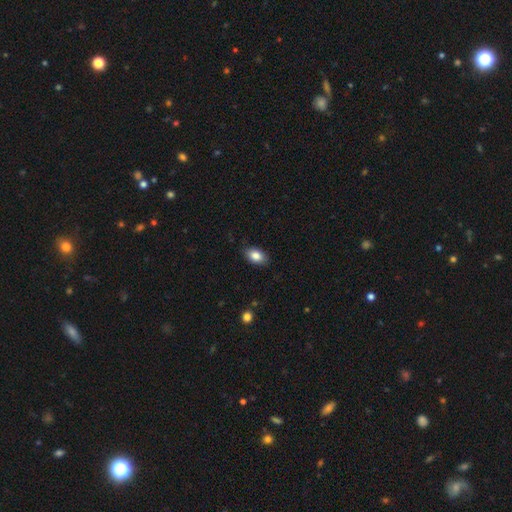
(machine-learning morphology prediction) smooth_or_featured: smooth (p=0.85) [alt: star or artifact p=0.08]
how_rounded: in between (p=0.87) [alt: round p=0.12]
merging: none (p=0.85) [alt: minor disturbance p=0.12]